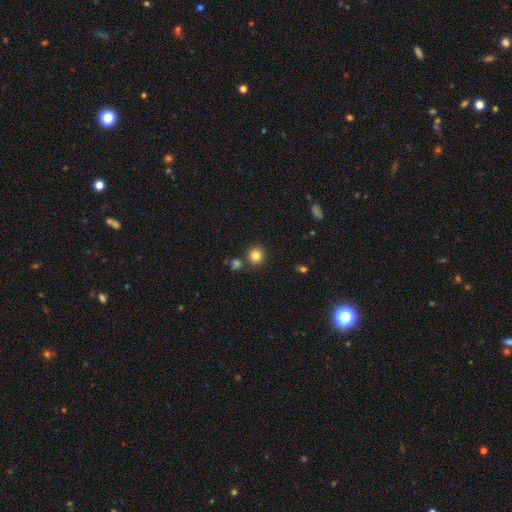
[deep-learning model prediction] Q: Smooth or featured?
A: smooth (82%); runner-up: star or artifact (12%)
Q: How rounded?
A: round (88%); runner-up: in between (11%)
Q: Merging?
A: none (82%); runner-up: minor disturbance (8%)